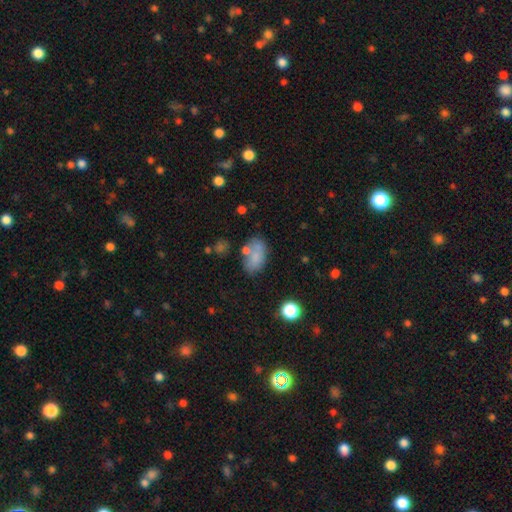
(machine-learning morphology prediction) Q: Smooth or featured?
A: smooth (73%); runner-up: featured or disk (17%)
Q: How rounded?
A: in between (90%); runner-up: round (8%)
Q: Merging?
A: none (52%); runner-up: minor disturbance (21%)